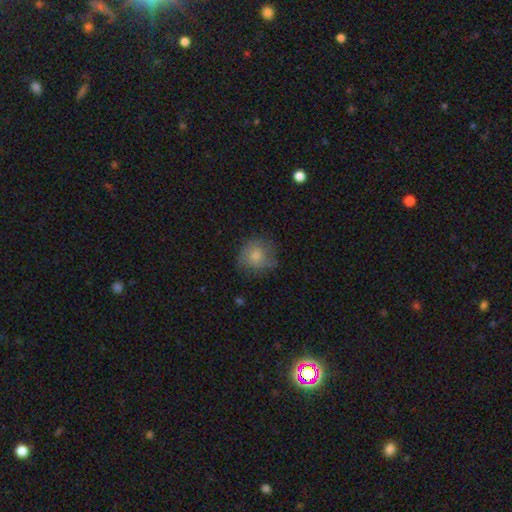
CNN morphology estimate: type=smooth (72%); roundness=round (83%); merging=none (64%).